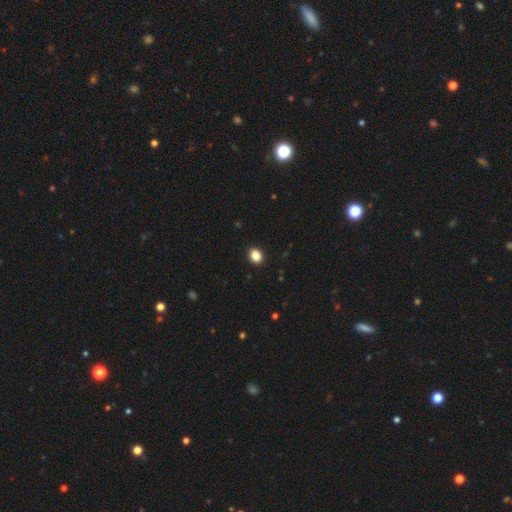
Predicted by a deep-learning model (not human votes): Smooth or featured? Predicted: smooth (p=0.86). How rounded? Predicted: round (p=0.54). Merging? Predicted: none (p=0.92).